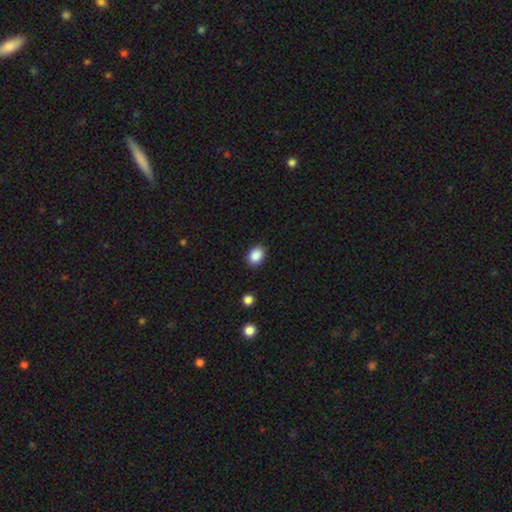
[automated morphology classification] Overall: smooth (88%). How rounded: in between (68%; round 31%). Merging: none (87%).